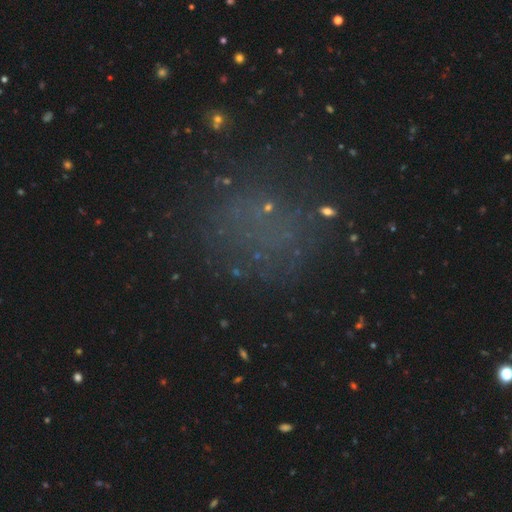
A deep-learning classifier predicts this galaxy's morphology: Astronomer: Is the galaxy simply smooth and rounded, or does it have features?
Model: star or artifact — 42% (runner-up: smooth, 39%).